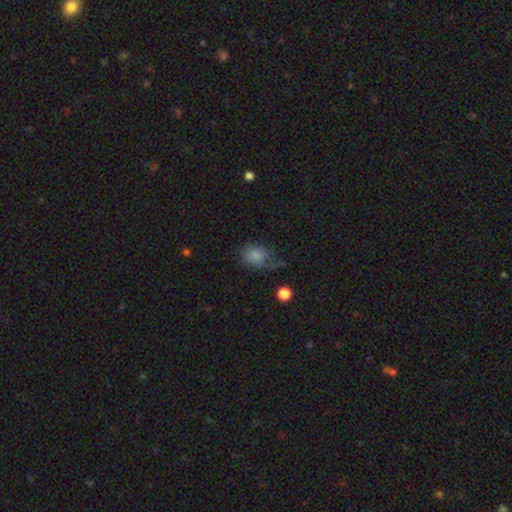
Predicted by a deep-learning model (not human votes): smooth_or_featured: smooth (p=0.80) [alt: star or artifact p=0.12]
how_rounded: in between (p=0.56) [alt: round p=0.43]
merging: none (p=0.54) [alt: minor disturbance p=0.27]